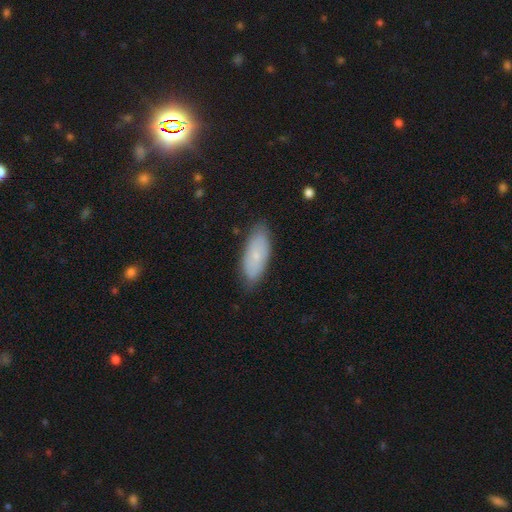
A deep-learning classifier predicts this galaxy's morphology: The model was most divided on "smooth or featured": smooth: 67%, featured or disk: 26%, star or artifact: 7%. More confident: merging — none (81%); how rounded — in between (80%).